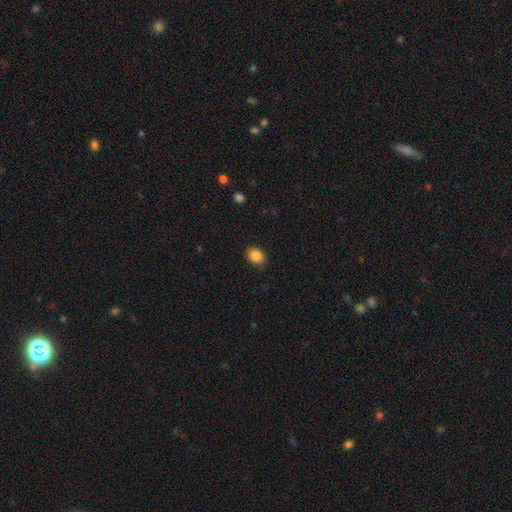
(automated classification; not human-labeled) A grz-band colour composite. It shows a smooth galaxy with no disk features (87%) that is in between round and cigar-shaped (68%). Merging: none (87%).